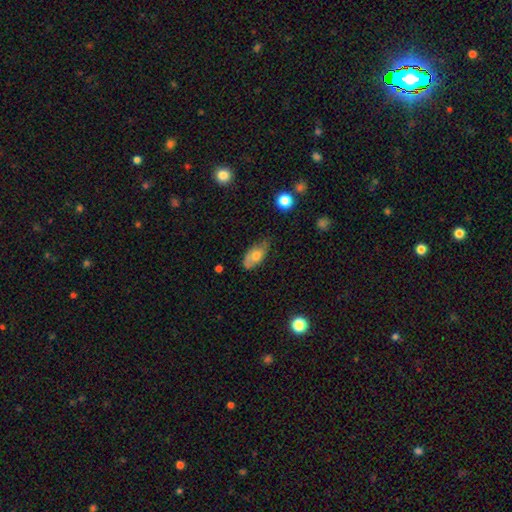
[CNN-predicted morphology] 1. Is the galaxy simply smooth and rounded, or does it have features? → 64% smooth, 29% featured or disk, 7% star or artifact.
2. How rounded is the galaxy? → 91% in between, 5% cigar-shaped, 4% round.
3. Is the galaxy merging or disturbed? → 57% none, 34% minor disturbance, 7% major disturbance, 2% merger.